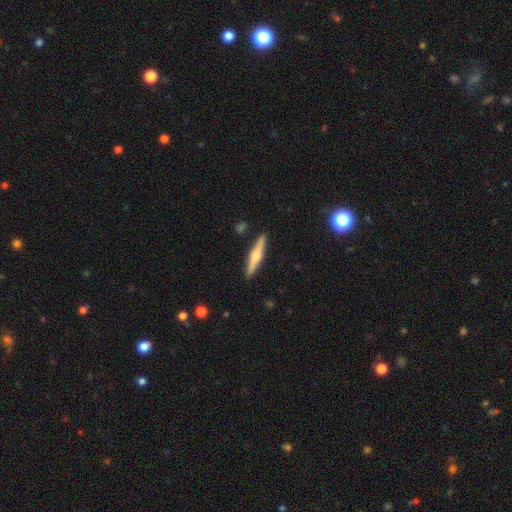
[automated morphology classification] The model was most divided on "smooth or featured": featured or disk: 64%, smooth: 31%, star or artifact: 5%. More confident: edge-on disk — yes (97%); merging — none (91%); edge-on bulge — rounded (90%).